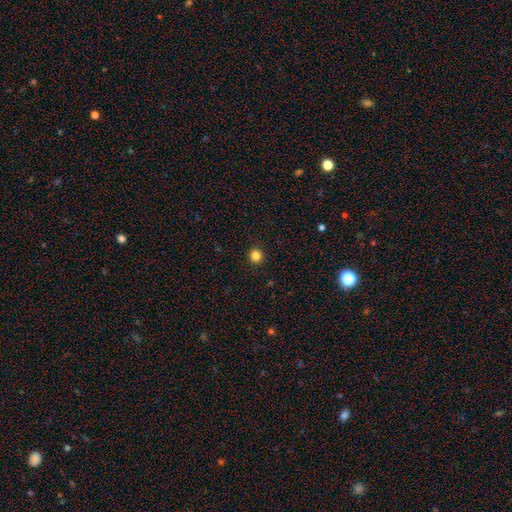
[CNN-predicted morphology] Q: Smooth or featured?
A: smooth (83%); runner-up: star or artifact (13%)
Q: How rounded?
A: round (94%); runner-up: in between (5%)
Q: Merging?
A: none (93%); runner-up: minor disturbance (4%)